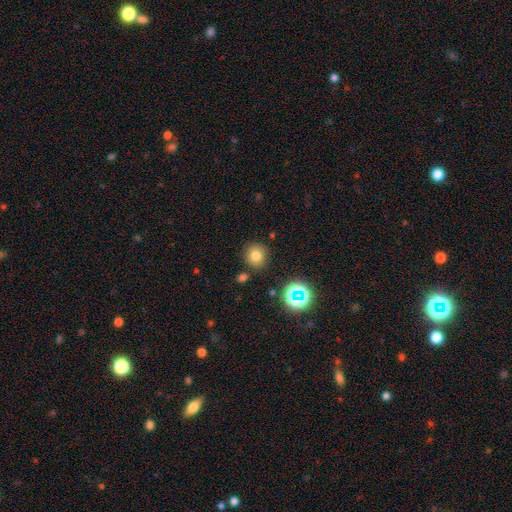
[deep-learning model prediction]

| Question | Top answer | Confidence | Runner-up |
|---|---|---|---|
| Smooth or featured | smooth | 74% | star or artifact (17%) |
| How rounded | round | 91% | in between (8%) |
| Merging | none | 85% | minor disturbance (8%) |